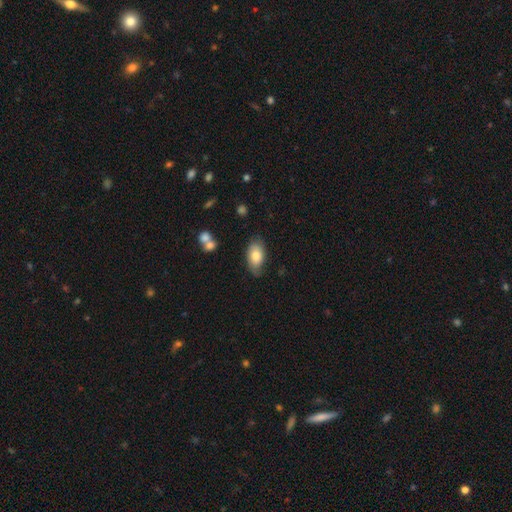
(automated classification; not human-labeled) The model was most divided on "merging": none: 67%, minor disturbance: 25%, major disturbance: 6%, merger: 2%. More confident: how rounded — in between (92%); smooth or featured — smooth (72%).